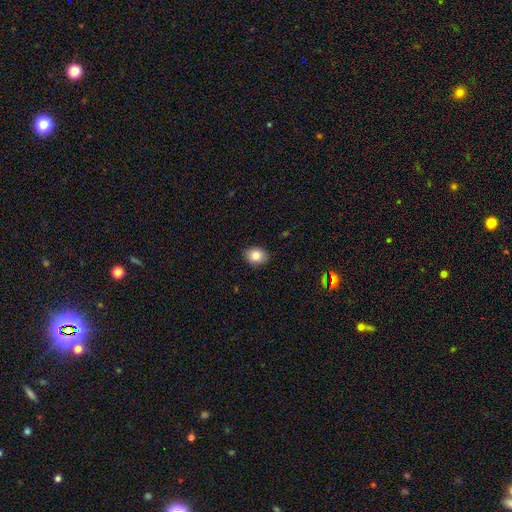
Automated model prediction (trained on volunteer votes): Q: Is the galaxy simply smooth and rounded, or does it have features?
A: smooth — 84%.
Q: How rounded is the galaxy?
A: in between — 56%.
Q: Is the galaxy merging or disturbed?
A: none — 89%.